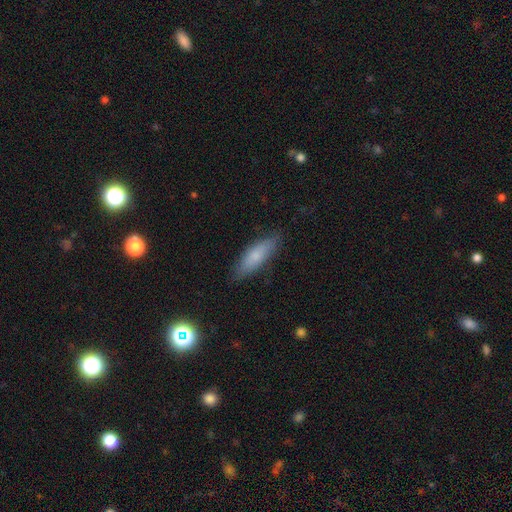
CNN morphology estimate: This is likely a smooth galaxy (75%). How rounded: possibly cigar-shaped (50%). Merging: clearly none (81%).